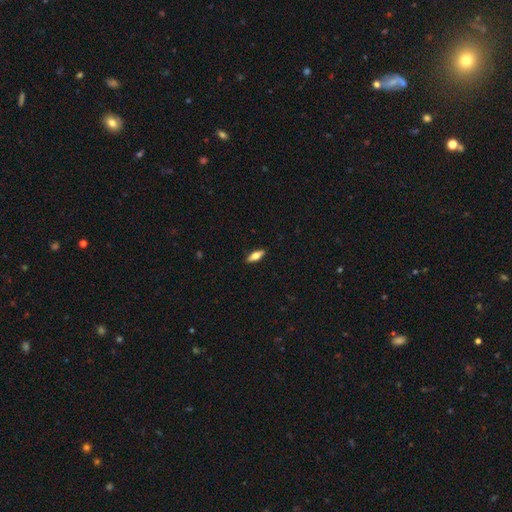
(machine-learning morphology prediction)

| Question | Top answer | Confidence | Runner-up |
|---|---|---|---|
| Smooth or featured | smooth | 53% | featured or disk (41%) |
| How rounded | in between | 61% | cigar-shaped (36%) |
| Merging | none | 90% | minor disturbance (7%) |